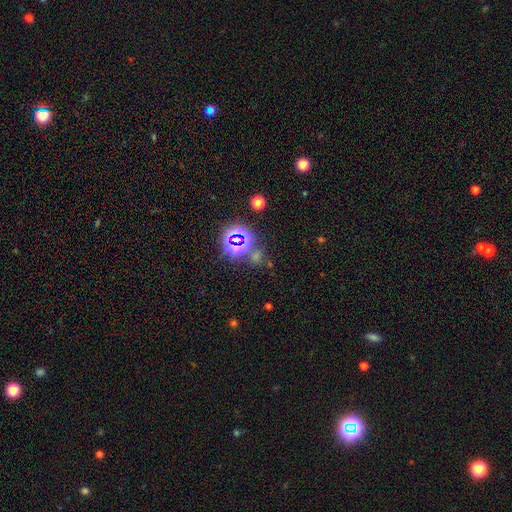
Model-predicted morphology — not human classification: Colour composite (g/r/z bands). It shows a star or artifact, not a galaxy (72%).